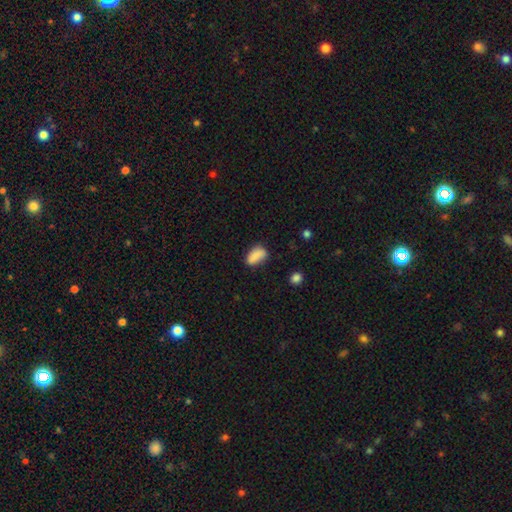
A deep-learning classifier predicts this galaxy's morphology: A smooth galaxy with no disk features (85%) that is in between round and cigar-shaped (88%).

Vote fractions:
- Smooth or featured? smooth: 85% / star or artifact: 9% / featured or disk: 6%
- How rounded? in between: 88% / cigar-shaped: 6% / round: 6%
- Merging? none: 68% / minor disturbance: 23% / major disturbance: 5% / merger: 3%